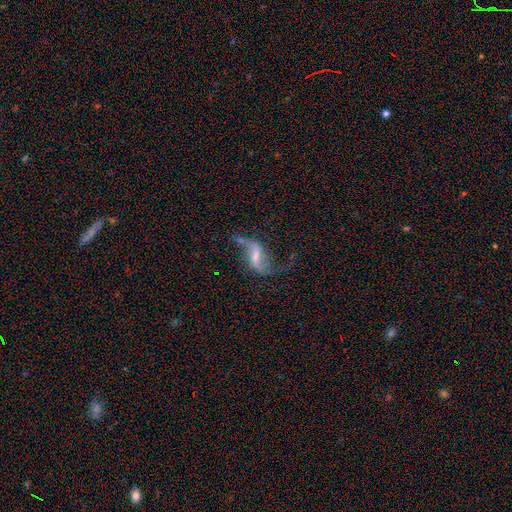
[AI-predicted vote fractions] Overall: featured or disk (85%). Edge-on disk: no (96%). Bar: weak (48%; strong 34%). Spiral arms: yes (94%). Spiral arm count: 2 (90%). Spiral winding: loose (90%). Bulge size: small (39%; moderate 29%). Merging: none (59%).